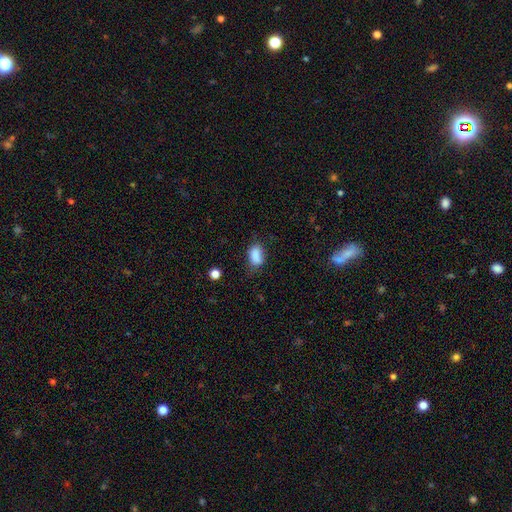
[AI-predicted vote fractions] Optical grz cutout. It shows a smooth galaxy with no disk features (85%) that is in between round and cigar-shaped (86%). Merging: none (60%).